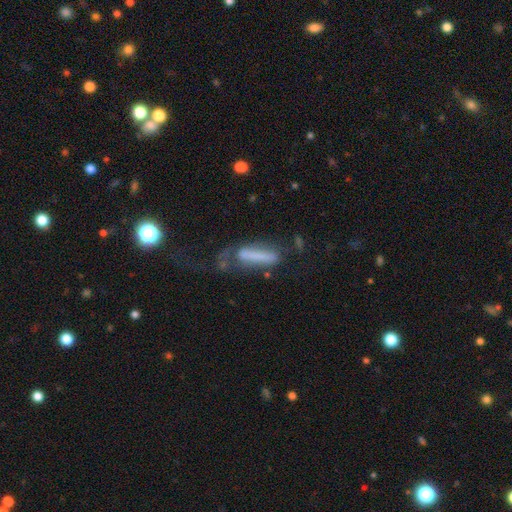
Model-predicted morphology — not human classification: type=smooth (57%); roundness=cigar-shaped (75%); merging=major disturbance (37%).